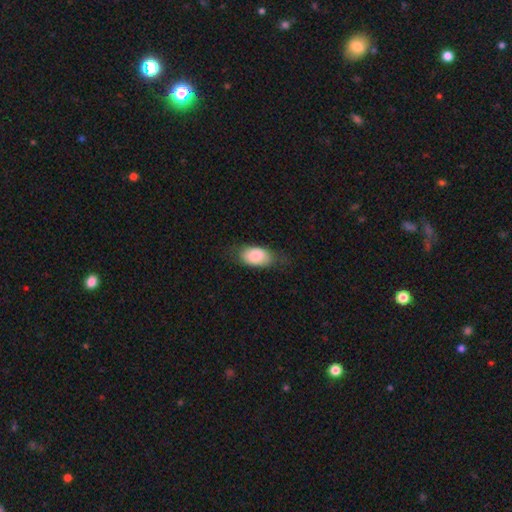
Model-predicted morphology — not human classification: smooth 82%, featured or disk 11%, star or artifact 6%. Down the decision tree: how rounded — in between (92%); merging — none (68%).